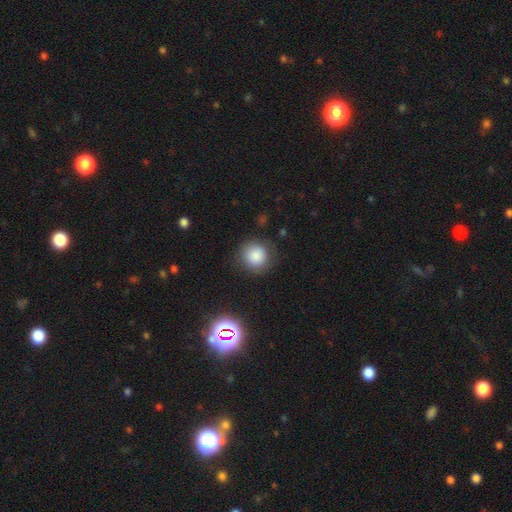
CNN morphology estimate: Smooth or featured: smooth — 83% (star or artifact — 11%)
How rounded: round — 90% (in between — 9%)
Merging: none — 83% (minor disturbance — 11%)